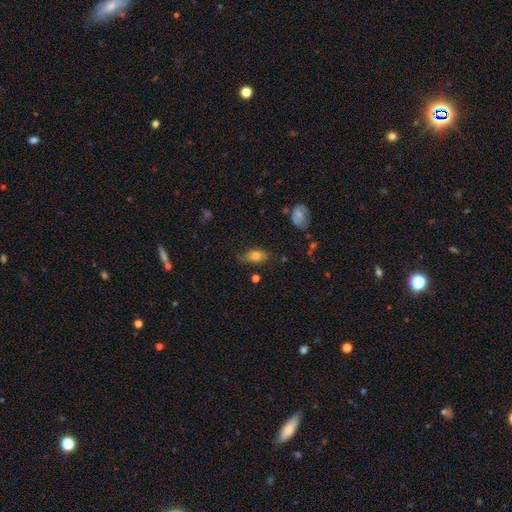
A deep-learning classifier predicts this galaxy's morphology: A smooth galaxy with no disk features (73%) that is in between round and cigar-shaped (84%).

Vote fractions:
- Smooth or featured? smooth: 73% / featured or disk: 18% / star or artifact: 9%
- How rounded? in between: 84% / cigar-shaped: 8% / round: 8%
- Merging? none: 59% / minor disturbance: 29% / major disturbance: 10% / merger: 2%